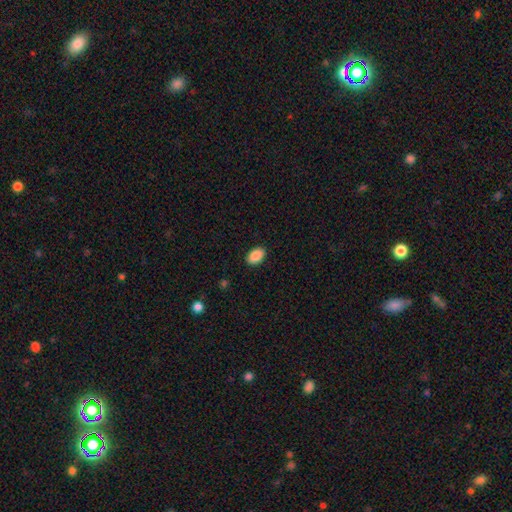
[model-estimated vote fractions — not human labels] Q: Smooth or featured?
A: smooth (89%); runner-up: star or artifact (7%)
Q: How rounded?
A: in between (89%); runner-up: round (10%)
Q: Merging?
A: none (89%); runner-up: minor disturbance (8%)